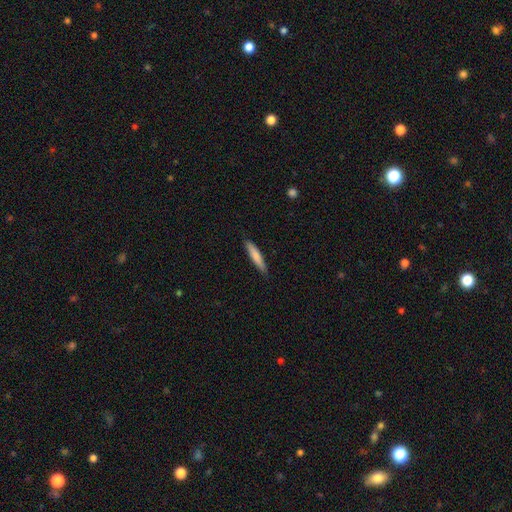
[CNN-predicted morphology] A smooth galaxy with no disk features (76%) that is cigar-shaped (89%).

Vote fractions:
- Smooth or featured? smooth: 76% / featured or disk: 19% / star or artifact: 5%
- How rounded? cigar-shaped: 89% / in between: 10% / round: 1%
- Merging? none: 87% / minor disturbance: 10% / major disturbance: 2% / merger: 1%